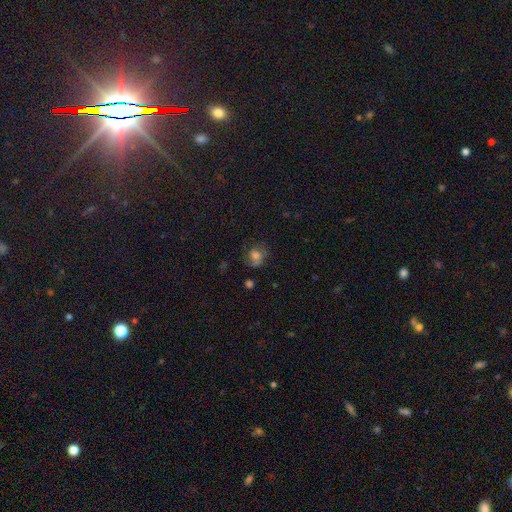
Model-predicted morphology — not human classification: This appears to be a smooth galaxy with no disk features (59%) that is round (69%). Merging: none (56%).